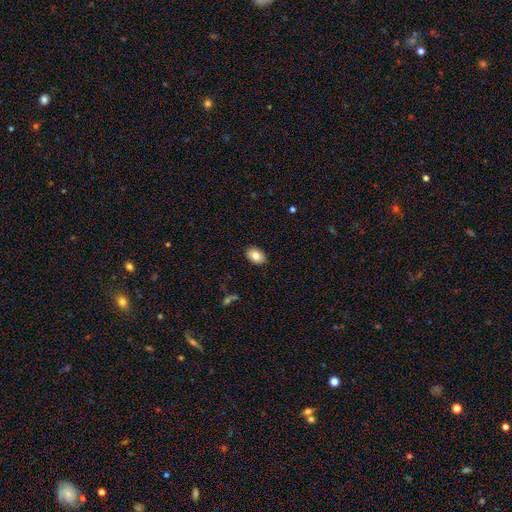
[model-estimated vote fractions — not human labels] Smooth or featured?
  - smooth: 82% *
  - featured or disk: 10%
  - star or artifact: 8%
How rounded?
  - in between: 85% *
  - round: 13%
  - cigar-shaped: 1%
Merging?
  - none: 89% *
  - minor disturbance: 8%
  - major disturbance: 2%
  - merger: 1%